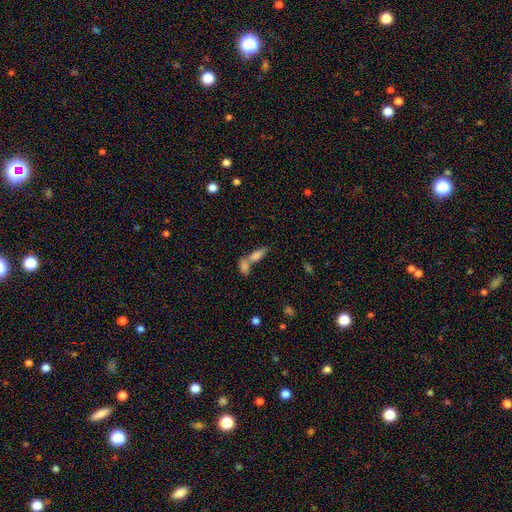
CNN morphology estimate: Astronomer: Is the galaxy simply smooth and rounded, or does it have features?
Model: smooth — 72%.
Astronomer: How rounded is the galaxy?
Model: in between — 61%.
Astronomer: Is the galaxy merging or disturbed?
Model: merger — 58%.